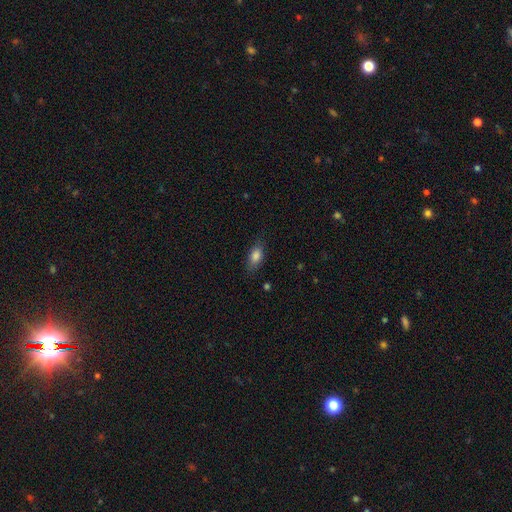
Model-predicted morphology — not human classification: Smooth or featured? Predicted: smooth (p=0.84). How rounded? Predicted: in between (p=0.85). Merging? Predicted: none (p=0.79).